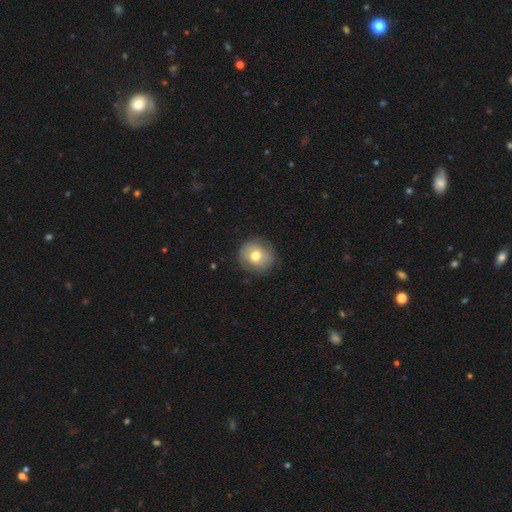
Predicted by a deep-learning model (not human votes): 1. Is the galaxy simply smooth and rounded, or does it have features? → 70% smooth, 22% featured or disk, 9% star or artifact.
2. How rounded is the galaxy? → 86% round, 13% in between, 1% cigar-shaped.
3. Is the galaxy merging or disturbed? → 83% none, 12% minor disturbance, 4% major disturbance, 1% merger.